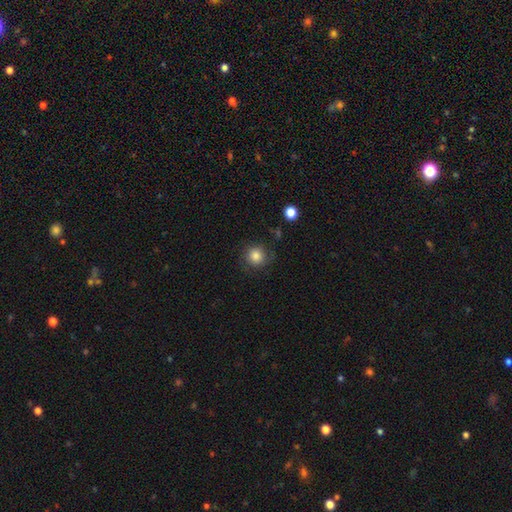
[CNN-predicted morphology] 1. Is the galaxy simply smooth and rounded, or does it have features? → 83% smooth, 10% star or artifact, 7% featured or disk.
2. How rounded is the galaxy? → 91% round, 8% in between, 1% cigar-shaped.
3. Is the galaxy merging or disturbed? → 80% none, 13% minor disturbance, 5% major disturbance, 2% merger.